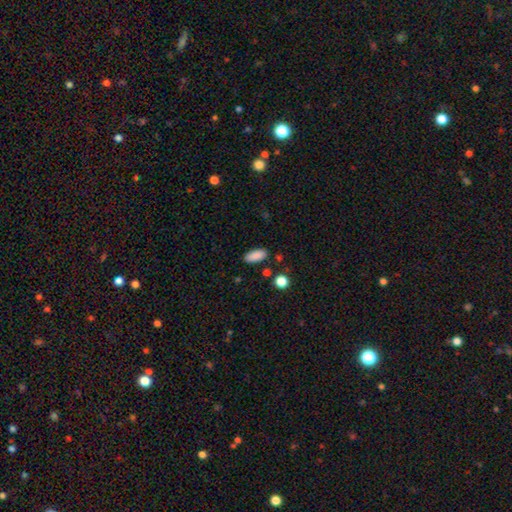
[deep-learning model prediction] Overall: smooth (89%). How rounded: in between (85%). Merging: none (87%).